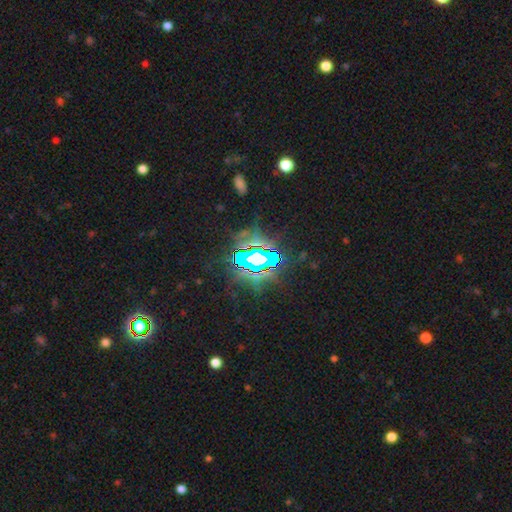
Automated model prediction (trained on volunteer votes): This appears to be a star or artifact, not a galaxy (83%).